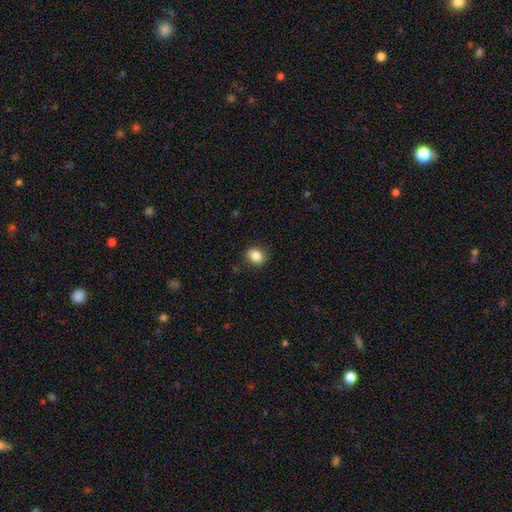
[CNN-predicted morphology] The model was most divided on "how rounded": round: 53%, in between: 46%, cigar-shaped: 1%. More confident: merging — none (86%); smooth or featured — smooth (86%).